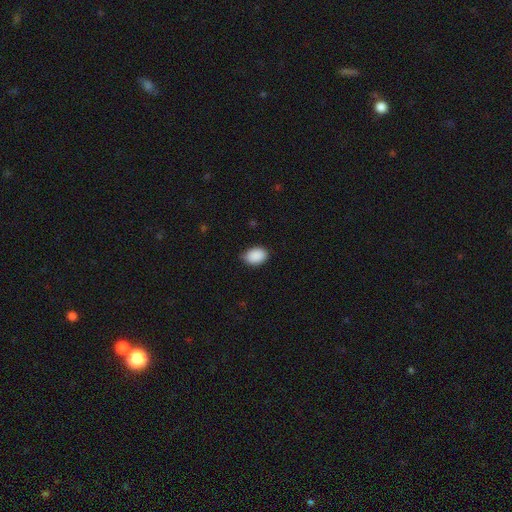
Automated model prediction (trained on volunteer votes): Smooth or featured: smooth — 90% (star or artifact — 7%)
How rounded: in between — 80% (round — 18%)
Merging: none — 80% (minor disturbance — 17%)